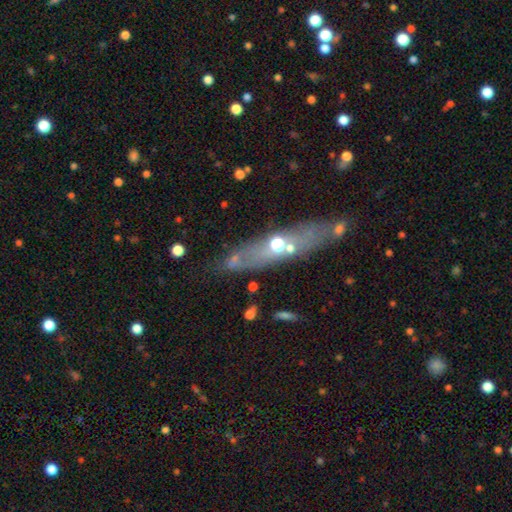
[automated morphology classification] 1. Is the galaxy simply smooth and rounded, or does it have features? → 47% featured or disk, 38% smooth, 15% star or artifact.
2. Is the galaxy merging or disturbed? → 76% none, 12% minor disturbance, 7% merger, 5% major disturbance.